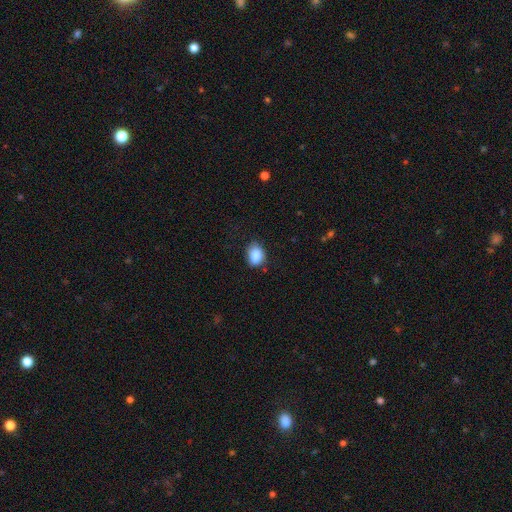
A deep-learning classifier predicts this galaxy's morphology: Smooth or featured? smooth (85%)
How rounded? in between (71%)
Merging? none (70%)